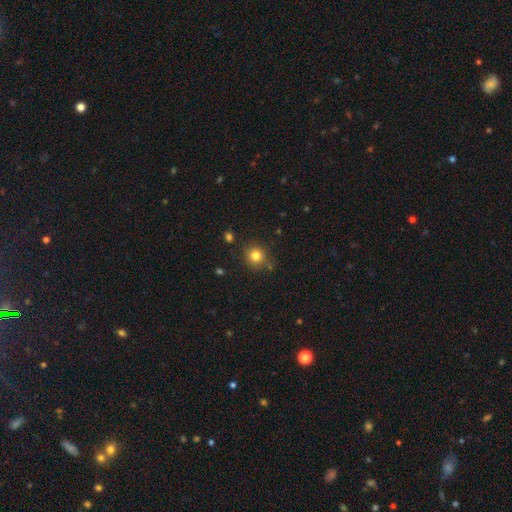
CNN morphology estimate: smooth-or-featured: smooth: 80% | star or artifact: 13% | featured or disk: 7%
  how-rounded: round: 87% | in between: 12% | cigar-shaped: 1%
  merging: none: 79% | minor disturbance: 13% | merger: 4% | major disturbance: 3%